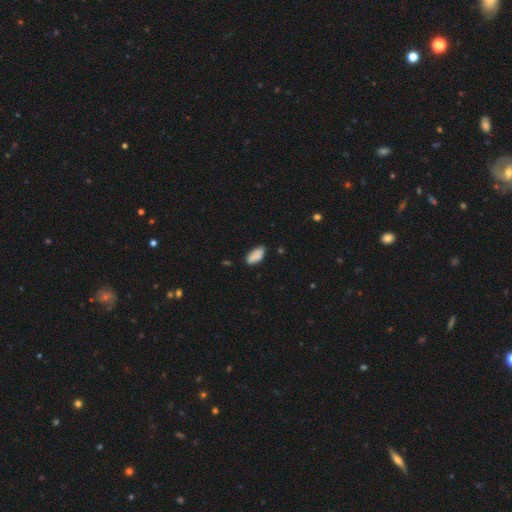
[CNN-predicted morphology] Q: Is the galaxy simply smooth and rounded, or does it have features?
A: smooth — 84%.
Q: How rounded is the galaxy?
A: in between — 89%.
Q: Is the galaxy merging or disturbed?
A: none — 70%.